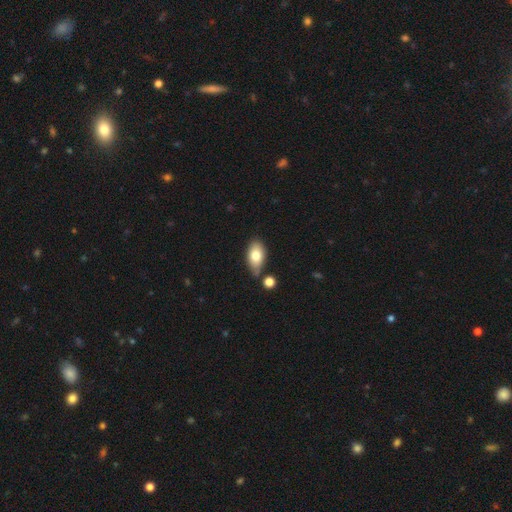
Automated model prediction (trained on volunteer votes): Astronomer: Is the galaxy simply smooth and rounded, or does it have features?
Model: smooth — 77%.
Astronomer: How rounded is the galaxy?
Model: in between — 92%.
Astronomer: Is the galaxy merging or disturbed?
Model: none — 65%.